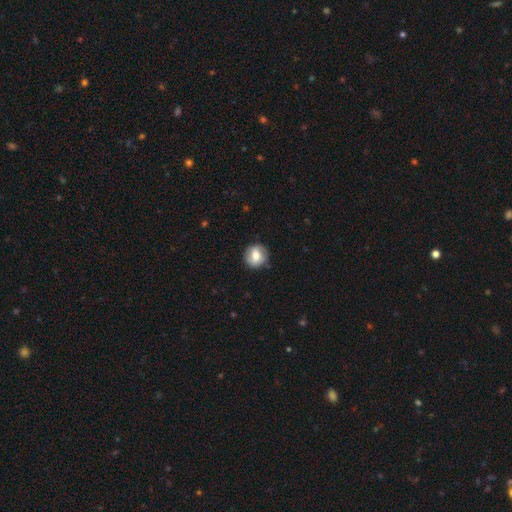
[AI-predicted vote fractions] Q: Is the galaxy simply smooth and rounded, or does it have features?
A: smooth — 65%.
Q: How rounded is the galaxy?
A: round — 88%.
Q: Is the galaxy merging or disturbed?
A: none — 85%.